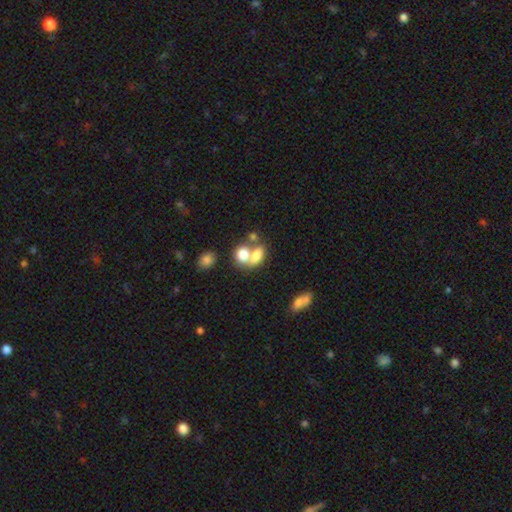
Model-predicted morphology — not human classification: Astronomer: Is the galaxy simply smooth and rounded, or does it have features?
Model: smooth — 74%.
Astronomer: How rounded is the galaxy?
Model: in between — 73%.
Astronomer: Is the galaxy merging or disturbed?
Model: merger — 60%.